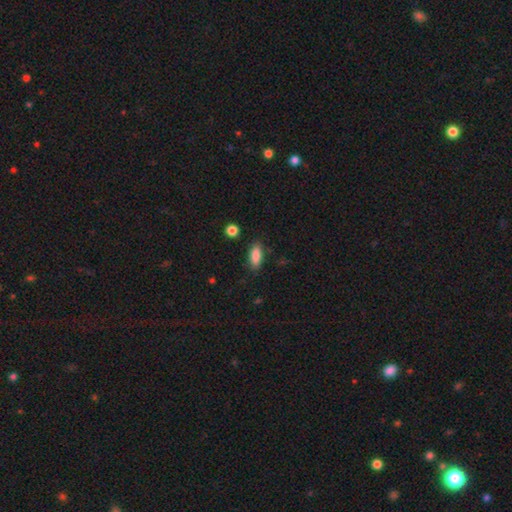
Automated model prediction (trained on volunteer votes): Smooth or featured?
  - smooth: 87% *
  - star or artifact: 7%
  - featured or disk: 6%
How rounded?
  - in between: 79% *
  - cigar-shaped: 18%
  - round: 3%
Merging?
  - none: 83% *
  - minor disturbance: 12%
  - major disturbance: 3%
  - merger: 2%